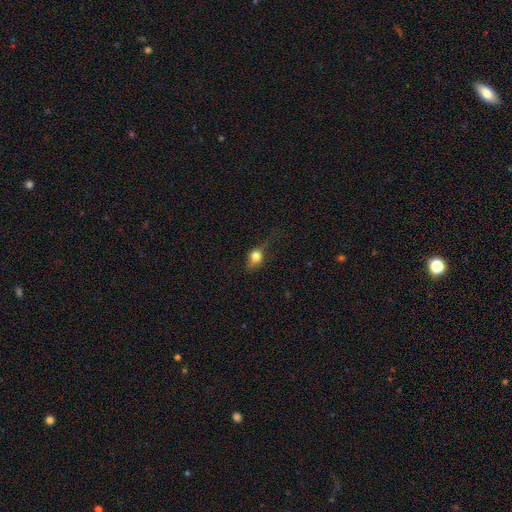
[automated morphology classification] A smooth galaxy with no disk features (71%) that is round (54%). Merging: none (55%).